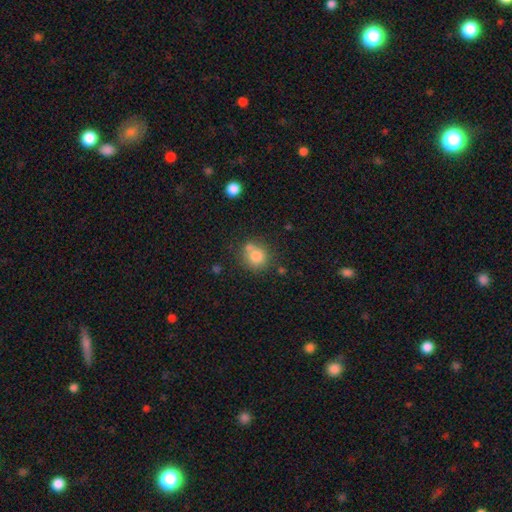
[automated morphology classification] Smooth or featured? Predicted: smooth (p=0.80). How rounded? Predicted: round (p=0.85). Merging? Predicted: none (p=0.60).